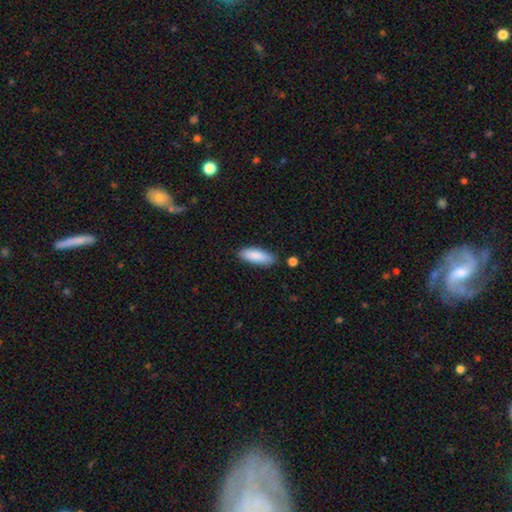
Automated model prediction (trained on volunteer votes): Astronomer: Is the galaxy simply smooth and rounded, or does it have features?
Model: smooth — 88%.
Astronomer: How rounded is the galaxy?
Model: in between — 63%.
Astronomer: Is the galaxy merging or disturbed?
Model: none — 82%.